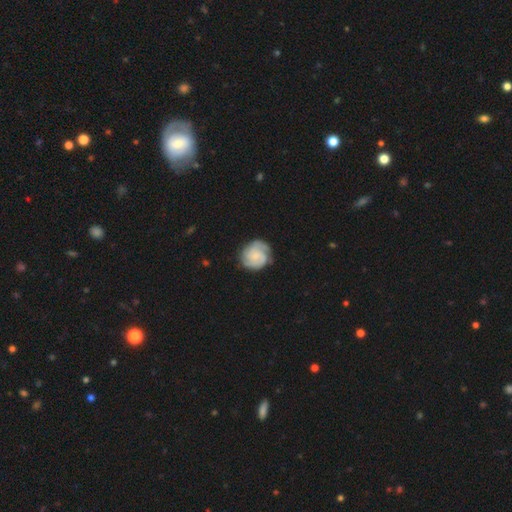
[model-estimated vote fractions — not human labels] This is likely a featured or disk galaxy (78%). It is clearly not viewed edge-on (98%). Bar: likely no (69%). Spiral arm pattern: clearly yes (97%). Spiral arm count: marginally 2 (35%). Spiral winding: likely tight (64%). Central bulge: possibly small (57%). Merging: likely none (78%).